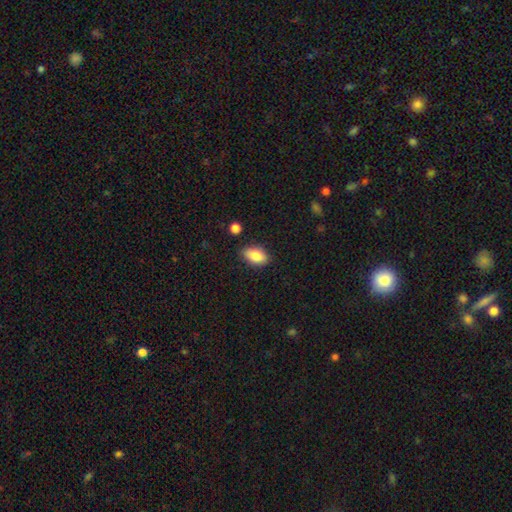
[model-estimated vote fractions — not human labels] Morphology: type=smooth (86%); roundness=in between (91%); merging=none (83%).